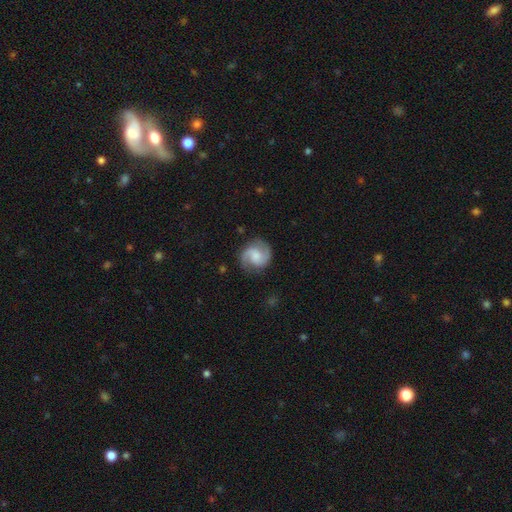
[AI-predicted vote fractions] Smooth or featured?
  - featured or disk: 83% *
  - smooth: 12%
  - star or artifact: 5%
Edge-on disk?
  - no: 98% *
  - yes: 2%
Bar?
  - no: 50% *
  - weak: 42%
  - strong: 8%
Spiral arms?
  - yes: 97% *
  - no: 3%
Spiral winding?
  - medium: 56% *
  - loose: 23%
  - tight: 22%
Spiral arm count?
  - 2: 92% *
  - can't tell: 2%
  - 1: 2%
  - 3: 1%
  - 4: 1%
  - more than 4: 1%
Bulge size?
  - moderate: 36% *
  - small: 29%
  - none: 23%
  - large: 11%
  - dominant: 2%
Merging?
  - none: 83% *
  - minor disturbance: 12%
  - major disturbance: 4%
  - merger: 1%